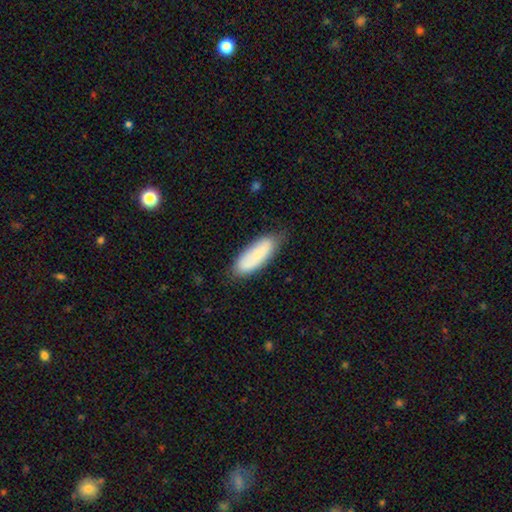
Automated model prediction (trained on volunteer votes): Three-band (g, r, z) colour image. It shows a smooth galaxy with no disk features (75%) that is in between round and cigar-shaped (68%). Merging: none (74%).